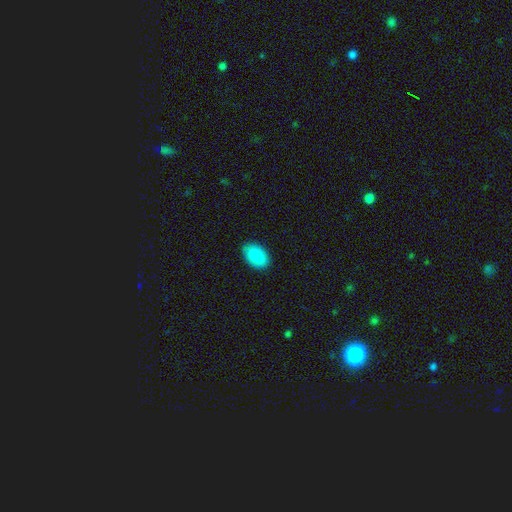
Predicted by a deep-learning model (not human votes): smooth_or_featured: smooth (p=0.89) [alt: star or artifact p=0.07]
how_rounded: in between (p=0.91) [alt: round p=0.08]
merging: none (p=0.85) [alt: minor disturbance p=0.12]